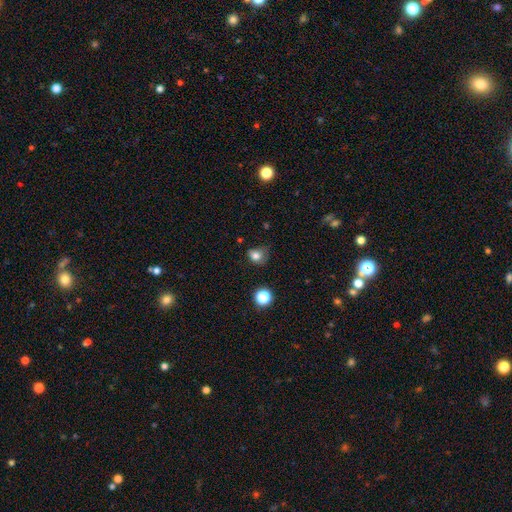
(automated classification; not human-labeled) Smooth or featured? Predicted: smooth (p=0.77). How rounded? Predicted: round (p=0.56). Merging? Predicted: none (p=0.42).